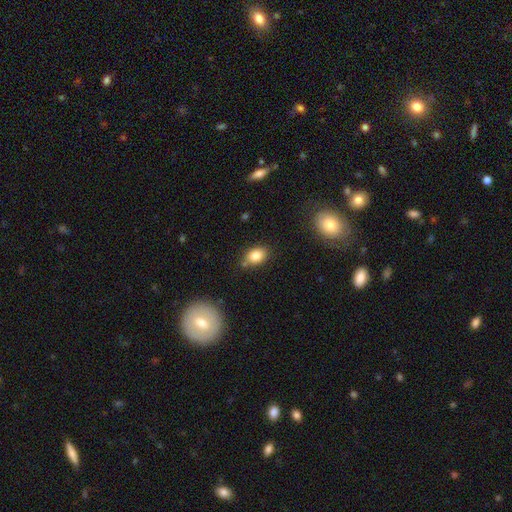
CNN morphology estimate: Overall: smooth (82%). How rounded: in between (77%). Merging: none (75%).